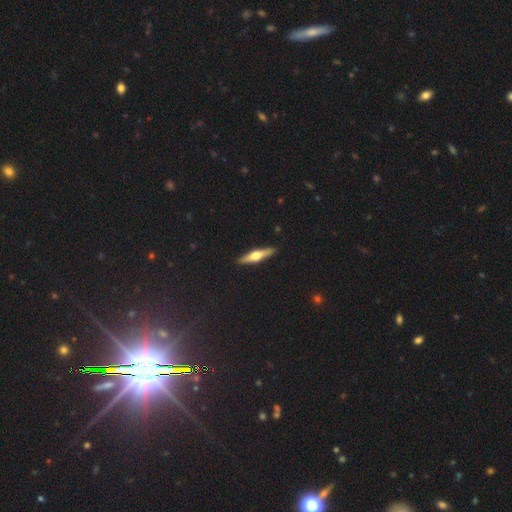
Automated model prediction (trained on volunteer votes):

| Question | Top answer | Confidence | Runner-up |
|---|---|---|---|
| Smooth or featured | featured or disk | 66% | smooth (29%) |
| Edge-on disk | yes | 97% | no (3%) |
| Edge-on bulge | rounded | 94% | boxy (4%) |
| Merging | none | 92% | minor disturbance (6%) |